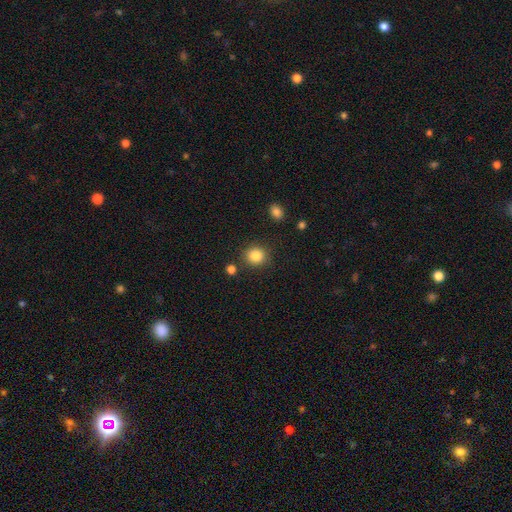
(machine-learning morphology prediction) Smooth or featured: smooth — 85% (star or artifact — 10%)
How rounded: round — 86% (in between — 13%)
Merging: none — 86% (minor disturbance — 8%)